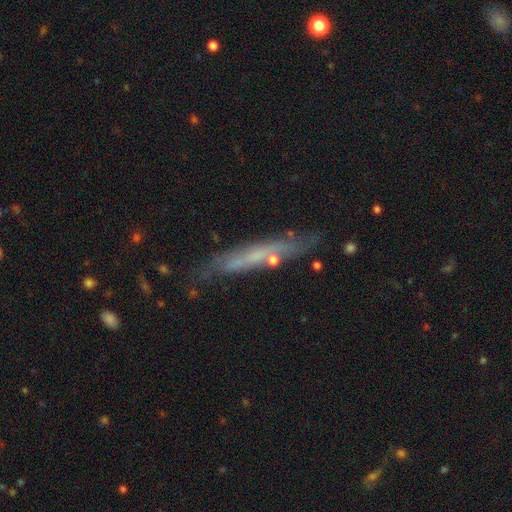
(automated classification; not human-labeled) Smooth or featured?
  - featured or disk: 57% *
  - smooth: 34%
  - star or artifact: 9%
Edge-on disk?
  - yes: 72% *
  - no: 28%
Merging?
  - none: 68% *
  - minor disturbance: 21%
  - major disturbance: 6%
  - merger: 5%